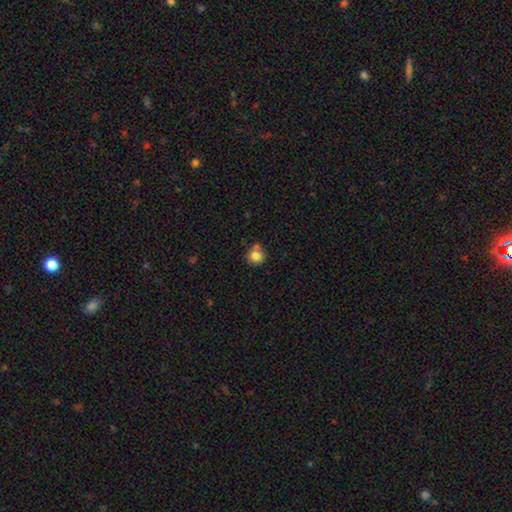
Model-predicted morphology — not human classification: Overall: smooth (81%). How rounded: round (90%). Merging: none (67%).